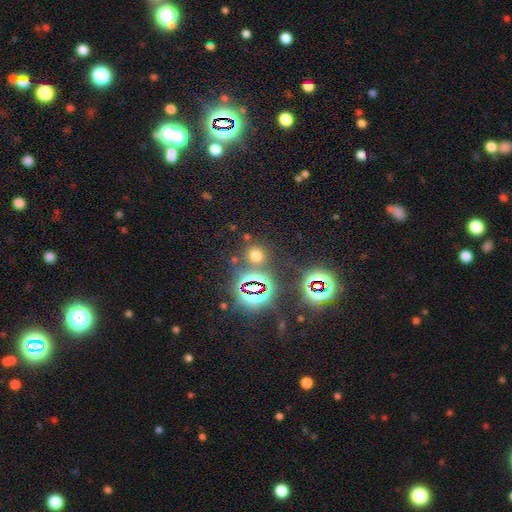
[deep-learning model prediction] smooth-or-featured: smooth: 53% | star or artifact: 40% | featured or disk: 7%
  how-rounded: round: 82% | in between: 16% | cigar-shaped: 1%
  merging: none: 79% | merger: 8% | minor disturbance: 8% | major disturbance: 4%